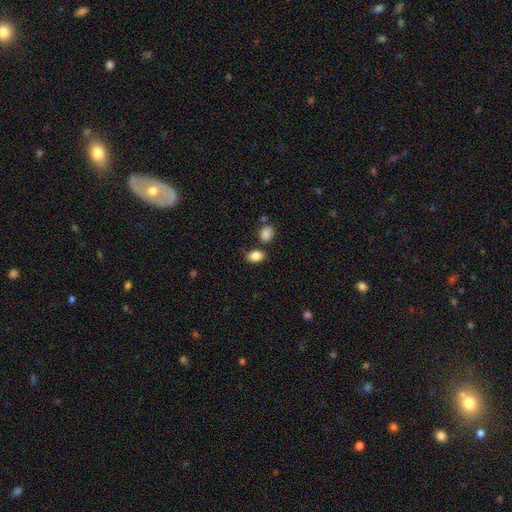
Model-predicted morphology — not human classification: smooth 86%, star or artifact 9%, featured or disk 5%. Down the decision tree: how rounded — in between (77%); merging — none (69%).